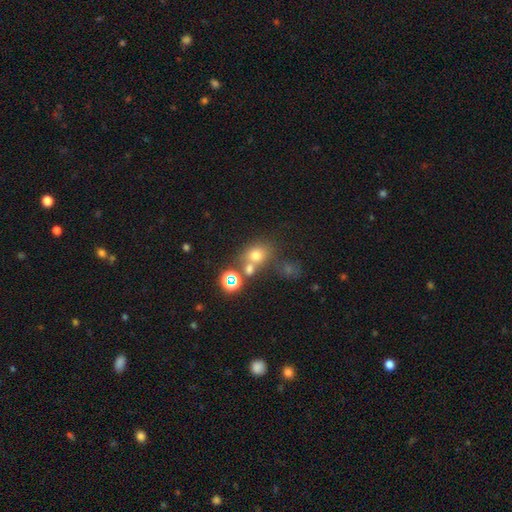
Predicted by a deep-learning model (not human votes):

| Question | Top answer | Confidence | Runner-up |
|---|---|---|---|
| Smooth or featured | smooth | 67% | star or artifact (21%) |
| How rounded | round | 63% | in between (35%) |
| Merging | none | 51% | merger (31%) |